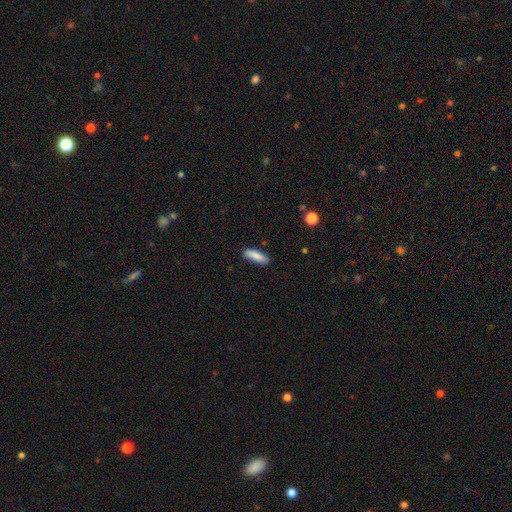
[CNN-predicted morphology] type=smooth (86%); roundness=cigar-shaped (64%); merging=none (83%).